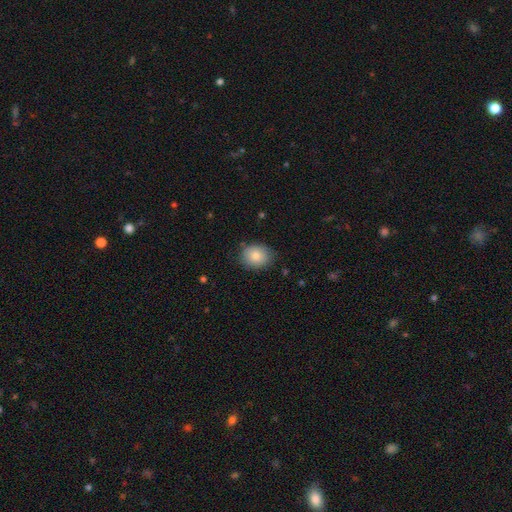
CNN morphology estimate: Smooth or featured? Predicted: smooth (p=0.84). How rounded? Predicted: round (p=0.53). Merging? Predicted: none (p=0.80).